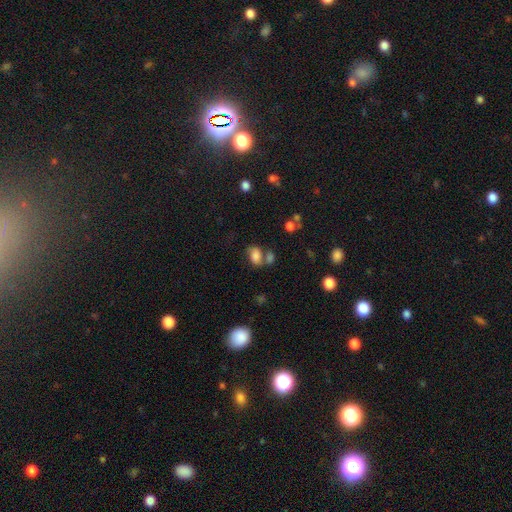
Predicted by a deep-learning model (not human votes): A smooth galaxy with no disk features (72%) that is in between round and cigar-shaped (78%).

Vote fractions:
- Smooth or featured? smooth: 72% / featured or disk: 16% / star or artifact: 12%
- How rounded? in between: 78% / round: 20% / cigar-shaped: 2%
- Merging? none: 44% / merger: 29% / minor disturbance: 18% / major disturbance: 9%